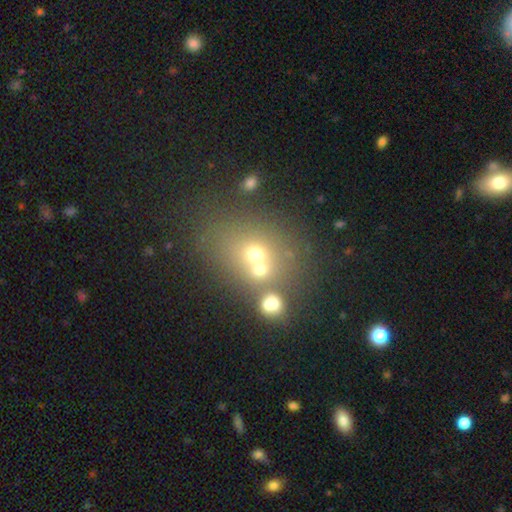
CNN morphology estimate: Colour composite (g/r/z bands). It shows a smooth galaxy with no disk features (53%) that is round (59%). Merging: none (48%).